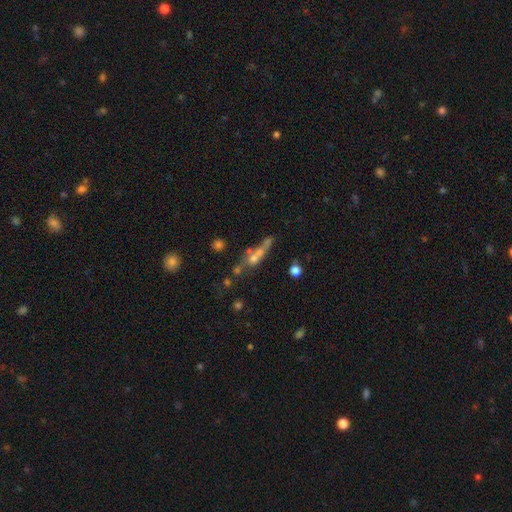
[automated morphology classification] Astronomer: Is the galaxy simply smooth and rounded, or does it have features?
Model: smooth — 45% (runner-up: featured or disk, 36%).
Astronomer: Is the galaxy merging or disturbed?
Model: merger — 42% (runner-up: none, 35%).